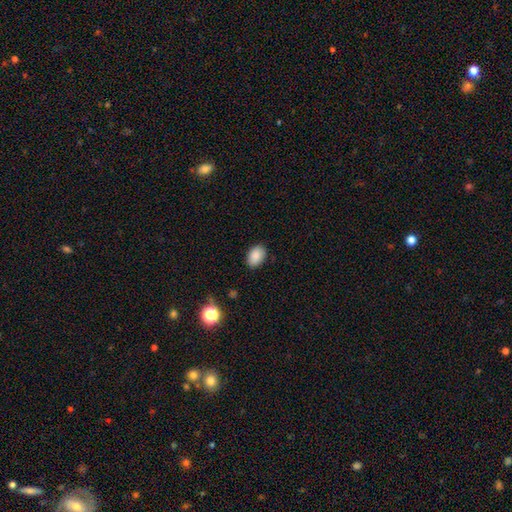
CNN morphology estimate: This is clearly a smooth galaxy (88%). How rounded: clearly in between (85%). Merging: clearly none (86%).